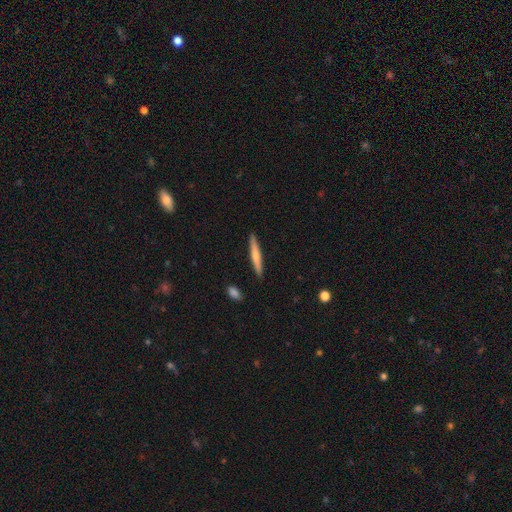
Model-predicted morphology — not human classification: type=smooth (59%); roundness=cigar-shaped (94%); merging=none (90%).